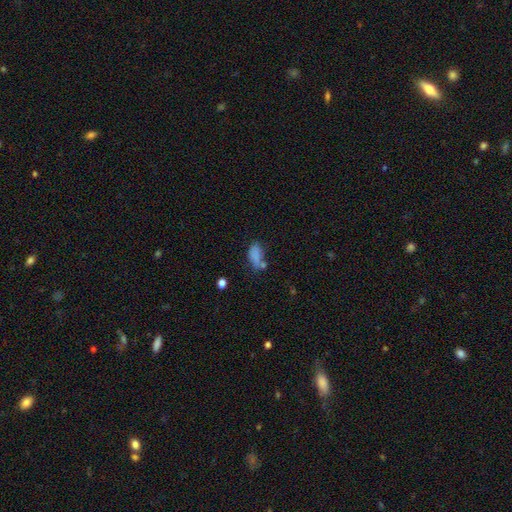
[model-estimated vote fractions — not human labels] Morphology: type=smooth (77%); roundness=in between (88%); merging=none (42%).